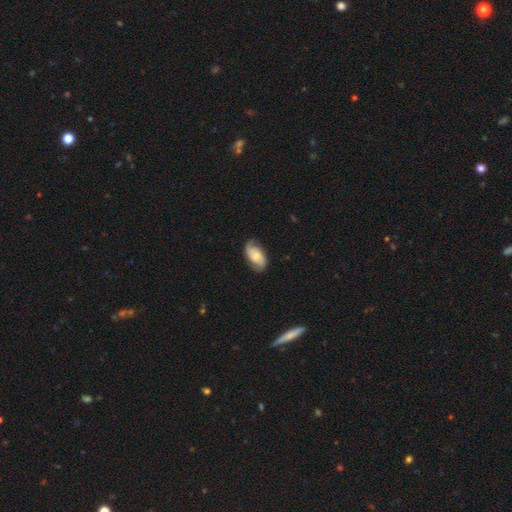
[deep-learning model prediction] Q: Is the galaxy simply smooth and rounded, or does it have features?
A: featured or disk — 52%.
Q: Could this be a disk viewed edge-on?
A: no — 94%.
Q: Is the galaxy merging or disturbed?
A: none — 73%.